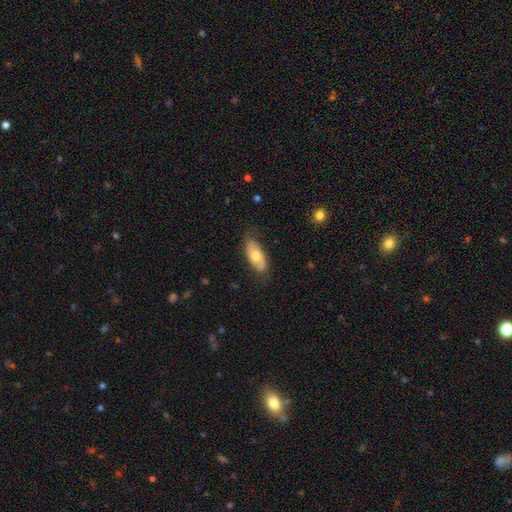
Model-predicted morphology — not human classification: Q: Smooth or featured?
A: smooth (59%); runner-up: featured or disk (35%)
Q: How rounded?
A: in between (89%); runner-up: cigar-shaped (9%)
Q: Merging?
A: none (75%); runner-up: minor disturbance (20%)